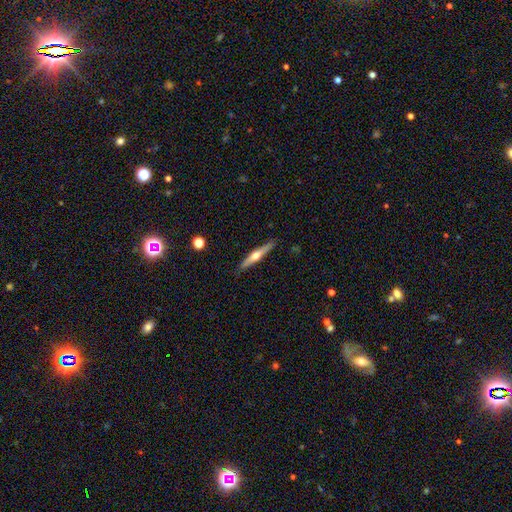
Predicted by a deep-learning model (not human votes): featured or disk 63%, smooth 31%, star or artifact 6%. Down the decision tree: edge-on disk — yes (97%); edge-on bulge — rounded (91%); merging — none (89%).